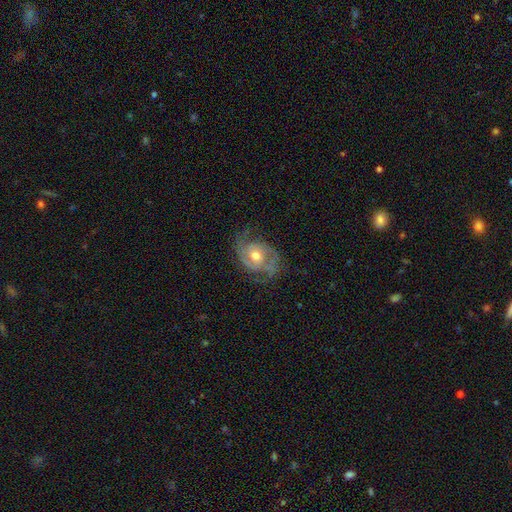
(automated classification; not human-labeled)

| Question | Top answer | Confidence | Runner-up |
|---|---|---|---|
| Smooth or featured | featured or disk | 85% | smooth (10%) |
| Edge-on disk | no | 97% | yes (3%) |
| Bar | no | 66% | weak (28%) |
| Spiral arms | yes | 95% | no (5%) |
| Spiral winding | medium | 48% | tight (34%) |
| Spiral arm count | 2 | 75% | 3 (9%) |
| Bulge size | moderate | 73% | small (19%) |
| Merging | none | 66% | minor disturbance (21%) |